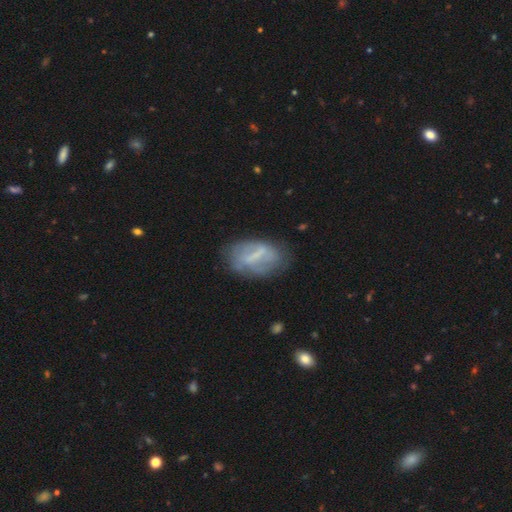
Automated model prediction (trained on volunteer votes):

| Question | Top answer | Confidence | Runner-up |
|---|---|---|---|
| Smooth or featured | featured or disk | 56% | smooth (36%) |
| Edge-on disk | no | 92% | yes (8%) |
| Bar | strong | 51% | weak (33%) |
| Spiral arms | no | 62% | yes (38%) |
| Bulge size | none | 48% | small (31%) |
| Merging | none | 63% | minor disturbance (23%) |